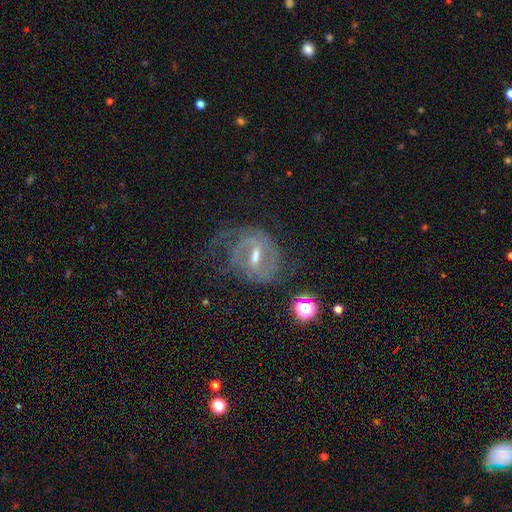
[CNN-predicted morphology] This is clearly a featured or disk galaxy (84%). It is clearly not viewed edge-on (96%). Bar: possibly weak (46%). Spiral arm pattern: clearly yes (92%). Spiral arm count: possibly 2 (56%). Spiral winding: possibly medium (46%). Central bulge: possibly moderate (50%). Merging: possibly none (54%).